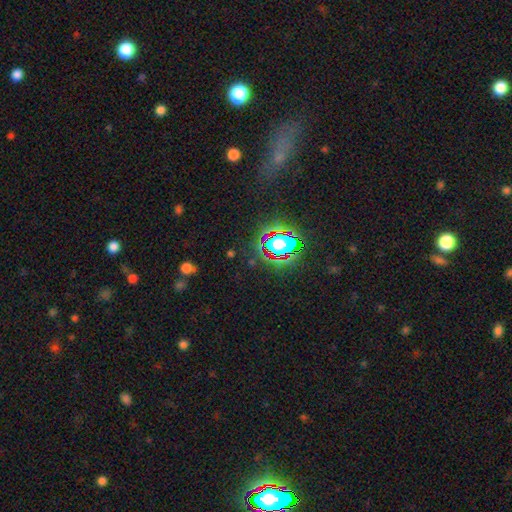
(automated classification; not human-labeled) smooth_or_featured: star or artifact (p=0.78) [alt: smooth p=0.14]